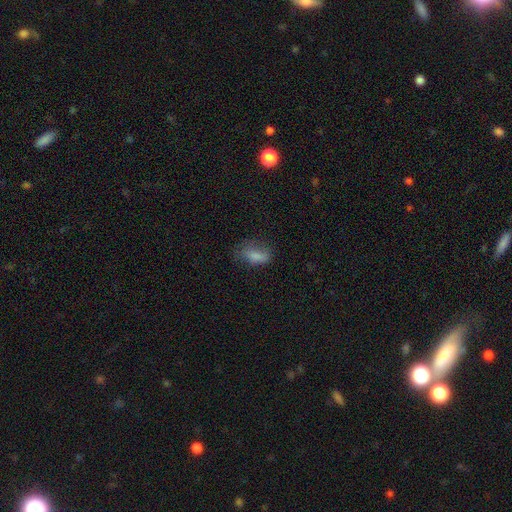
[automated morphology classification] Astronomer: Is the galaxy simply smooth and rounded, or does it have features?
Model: smooth — 76%.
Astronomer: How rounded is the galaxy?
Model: in between — 86%.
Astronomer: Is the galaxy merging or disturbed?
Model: none — 51% (runner-up: minor disturbance, 29%).